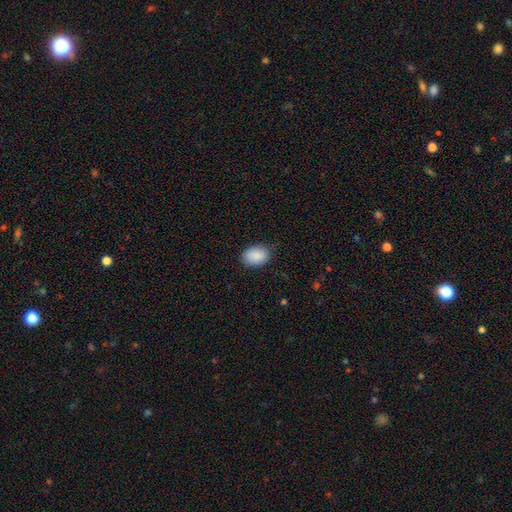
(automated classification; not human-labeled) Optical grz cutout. It shows a smooth galaxy with no disk features (89%) that is in between round and cigar-shaped (81%). Merging: none (79%).